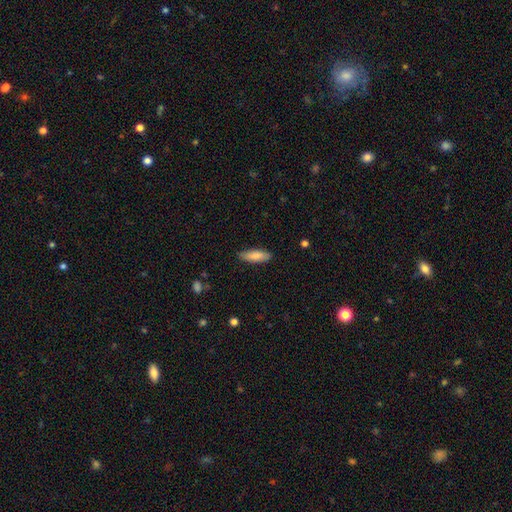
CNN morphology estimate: A smooth galaxy with no disk features (84%) that is in between round and cigar-shaped (54%).

Vote fractions:
- Smooth or featured? smooth: 84% / featured or disk: 10% / star or artifact: 6%
- How rounded? in between: 54% / cigar-shaped: 44% / round: 2%
- Merging? none: 85% / minor disturbance: 11% / major disturbance: 2% / merger: 1%